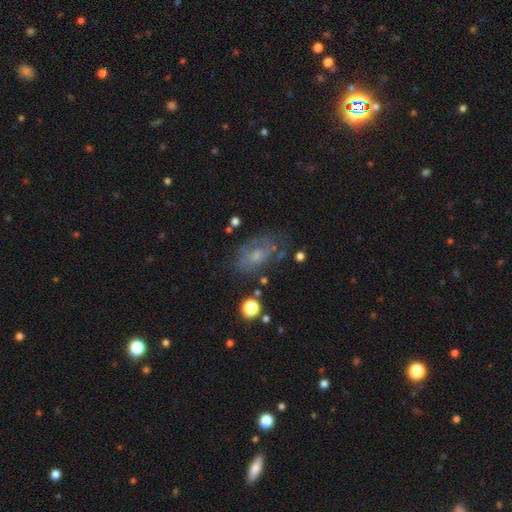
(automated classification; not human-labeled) Smooth or featured: featured or disk — 47% (smooth — 40%)
Merging: none — 54% (minor disturbance — 25%)